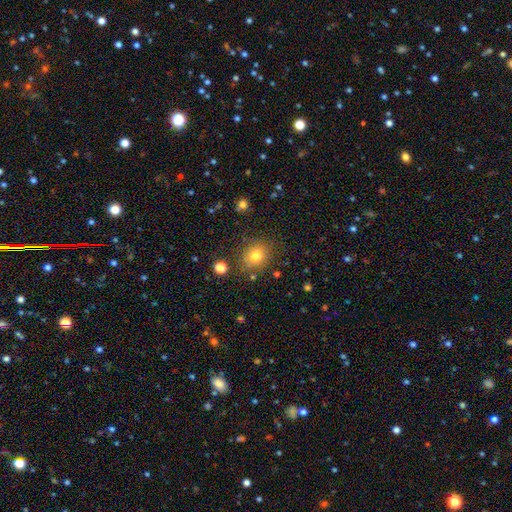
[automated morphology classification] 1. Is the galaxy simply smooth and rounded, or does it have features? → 77% smooth, 14% star or artifact, 9% featured or disk.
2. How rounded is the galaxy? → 71% round, 28% in between, 1% cigar-shaped.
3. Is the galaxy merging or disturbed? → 80% none, 12% minor disturbance, 4% merger, 4% major disturbance.